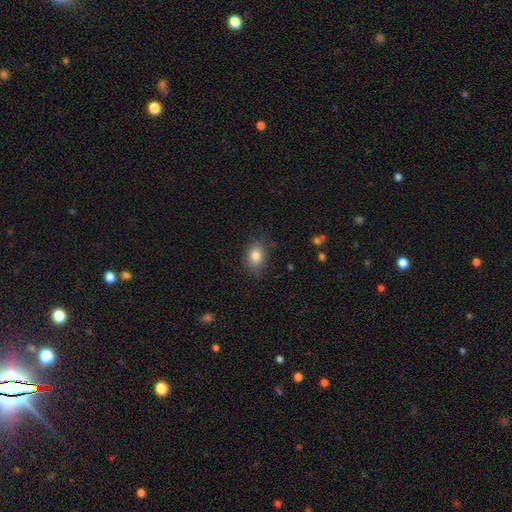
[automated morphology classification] Smooth or featured? Predicted: smooth (p=0.82). How rounded? Predicted: in between (p=0.64). Merging? Predicted: none (p=0.79).